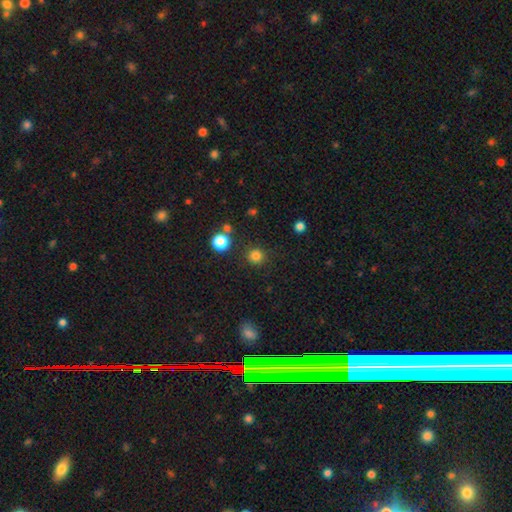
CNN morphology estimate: The model was most divided on "smooth or featured": smooth: 82%, star or artifact: 14%, featured or disk: 4%. More confident: how rounded — round (94%); merging — none (87%).